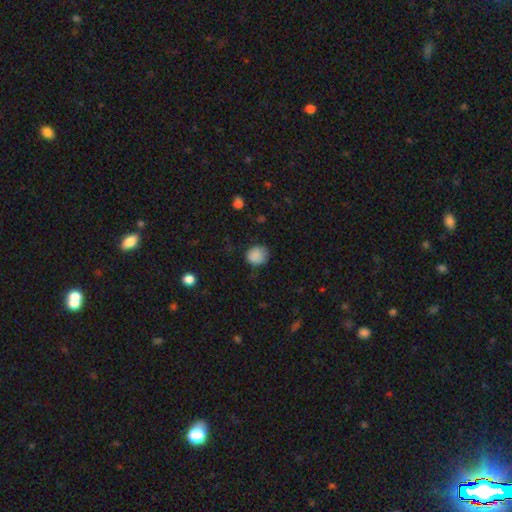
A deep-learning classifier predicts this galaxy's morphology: The model was most divided on "merging": none: 64%, minor disturbance: 28%, major disturbance: 7%, merger: 2%. More confident: smooth or featured — smooth (85%); how rounded — round (74%).